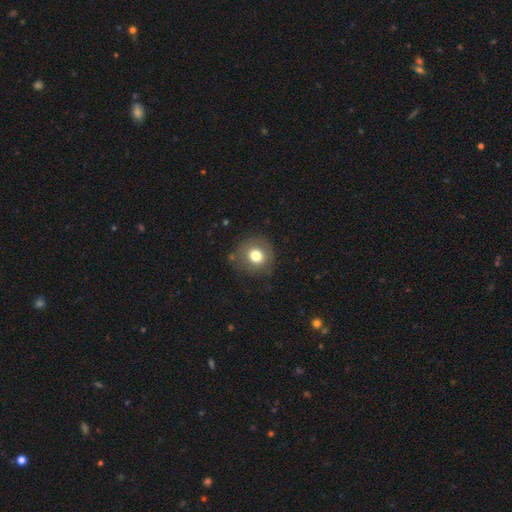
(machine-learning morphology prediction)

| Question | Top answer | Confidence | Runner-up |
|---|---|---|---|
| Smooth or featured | smooth | 75% | featured or disk (14%) |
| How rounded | round | 90% | in between (9%) |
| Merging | none | 80% | minor disturbance (13%) |